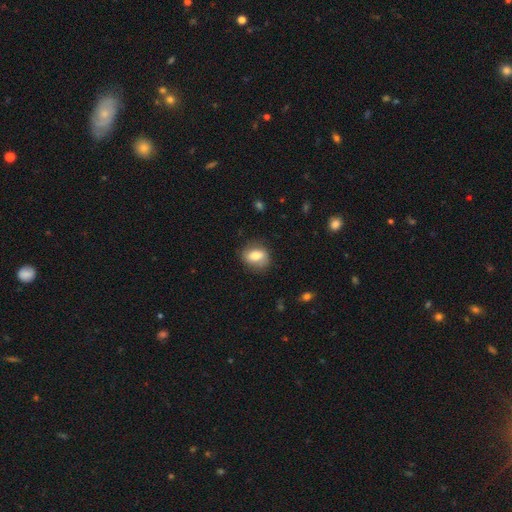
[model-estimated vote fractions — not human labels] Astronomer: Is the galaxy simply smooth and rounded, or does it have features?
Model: smooth — 70%.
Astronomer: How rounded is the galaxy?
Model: in between — 63%.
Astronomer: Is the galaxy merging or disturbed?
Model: none — 75%.